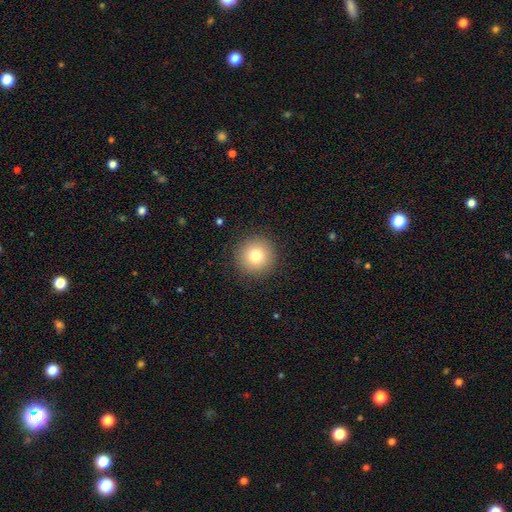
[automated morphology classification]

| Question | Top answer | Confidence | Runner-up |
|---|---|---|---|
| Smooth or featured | smooth | 80% | star or artifact (11%) |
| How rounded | round | 96% | in between (3%) |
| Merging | none | 91% | minor disturbance (6%) |